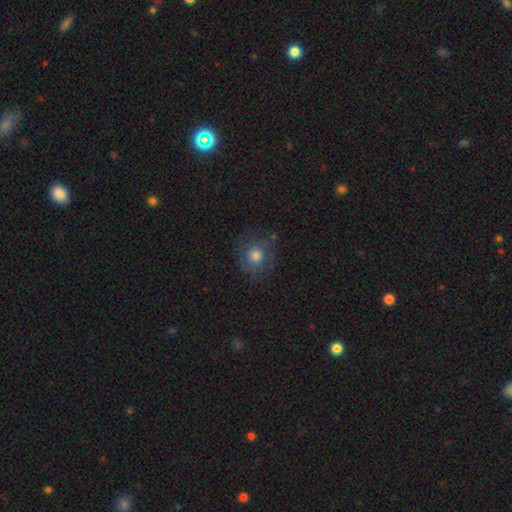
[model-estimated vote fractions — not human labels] smooth 62%, featured or disk 24%, star or artifact 14%. Down the decision tree: how rounded — round (85%); merging — none (75%).